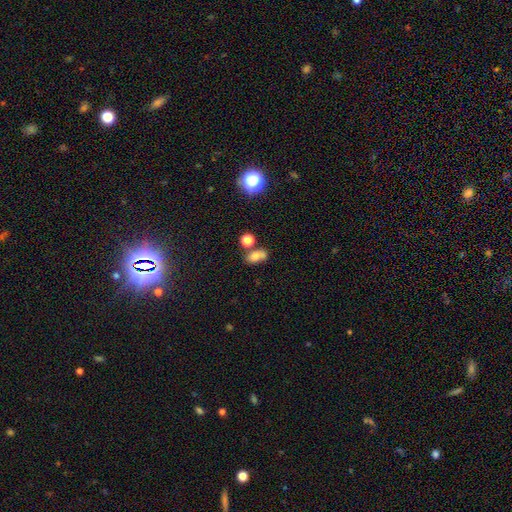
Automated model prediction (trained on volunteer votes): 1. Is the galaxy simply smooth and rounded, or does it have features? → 68% smooth, 16% star or artifact, 16% featured or disk.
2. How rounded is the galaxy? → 71% in between, 24% round, 5% cigar-shaped.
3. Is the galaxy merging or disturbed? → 47% none, 29% merger, 17% minor disturbance, 7% major disturbance.